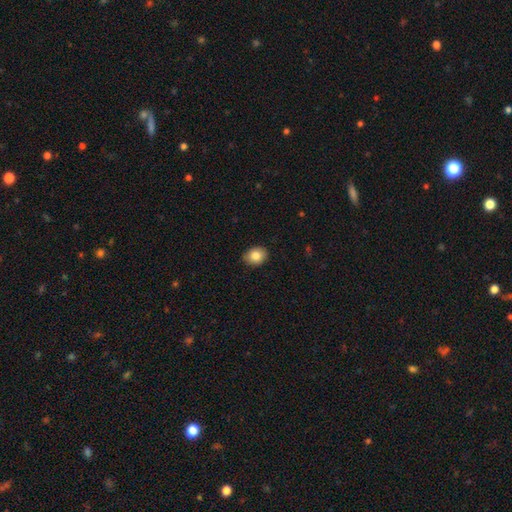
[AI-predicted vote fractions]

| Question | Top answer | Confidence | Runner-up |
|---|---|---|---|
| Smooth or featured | smooth | 83% | star or artifact (9%) |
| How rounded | in between | 53% | round (46%) |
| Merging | none | 87% | minor disturbance (10%) |